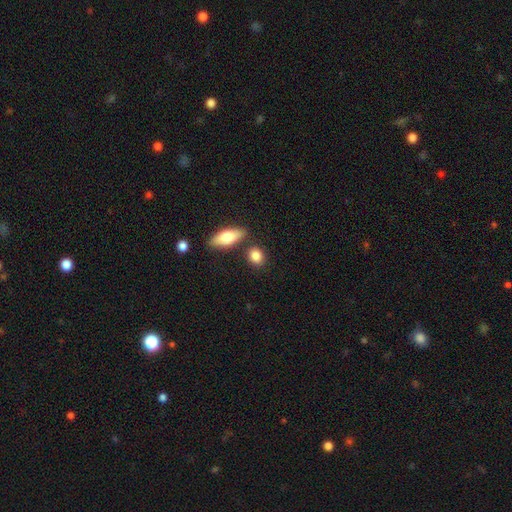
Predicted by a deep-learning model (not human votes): smooth 85%, featured or disk 7%, star or artifact 7%. Down the decision tree: how rounded — in between (49%); merging — none (76%).